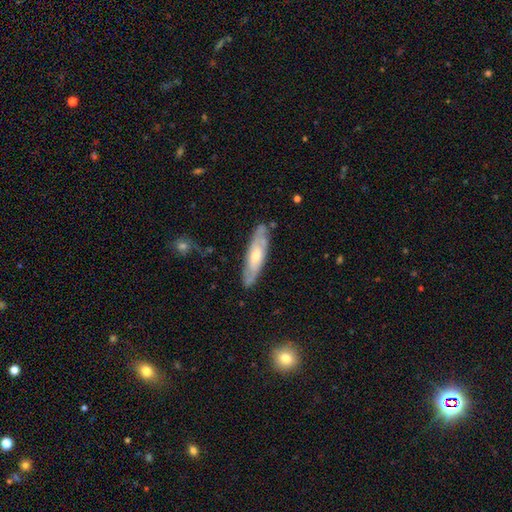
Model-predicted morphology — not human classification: The model was most divided on "edge-on disk": no: 60%, yes: 40%. More confident: merging — none (82%); smooth or featured — featured or disk (63%).